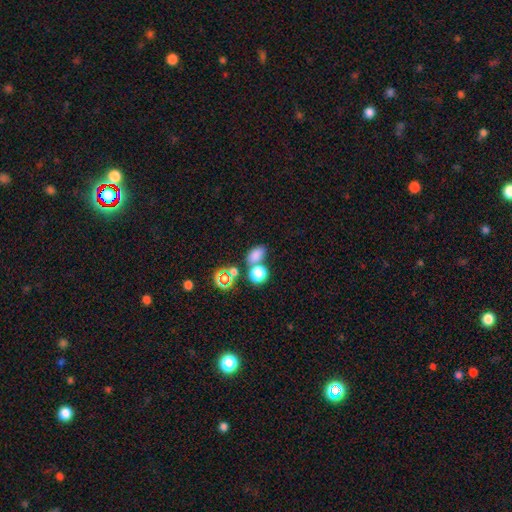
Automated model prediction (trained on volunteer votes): Smooth or featured? Predicted: smooth (p=0.75). How rounded? Predicted: in between (p=0.73). Merging? Predicted: none (p=0.56).